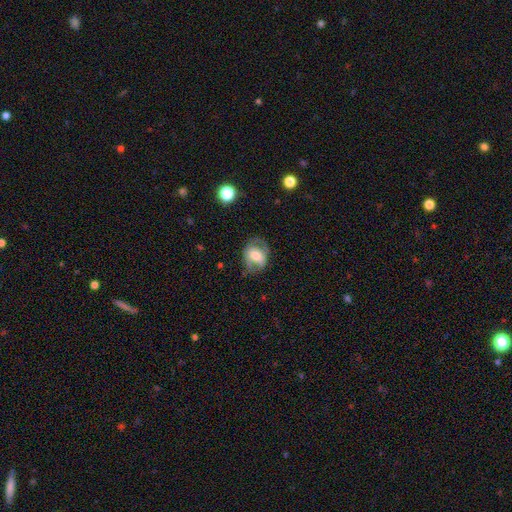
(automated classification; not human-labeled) A smooth galaxy with no disk features (47%). Merging: none (59%).